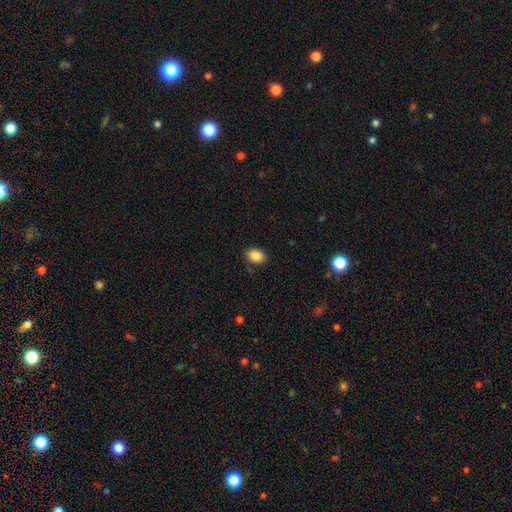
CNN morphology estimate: A smooth galaxy with no disk features (86%) that is in between round and cigar-shaped (72%).

Vote fractions:
- Smooth or featured? smooth: 86% / star or artifact: 9% / featured or disk: 5%
- How rounded? in between: 72% / round: 28% / cigar-shaped: 1%
- Merging? none: 85% / minor disturbance: 11% / major disturbance: 3% / merger: 2%